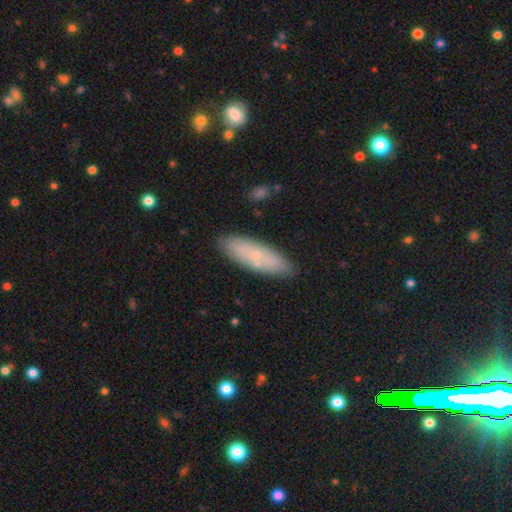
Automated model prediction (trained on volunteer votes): smooth-or-featured: smooth: 60% | featured or disk: 32% | star or artifact: 8%
  how-rounded: in between: 54% | cigar-shaped: 43% | round: 2%
  merging: none: 81% | minor disturbance: 13% | merger: 4% | major disturbance: 3%